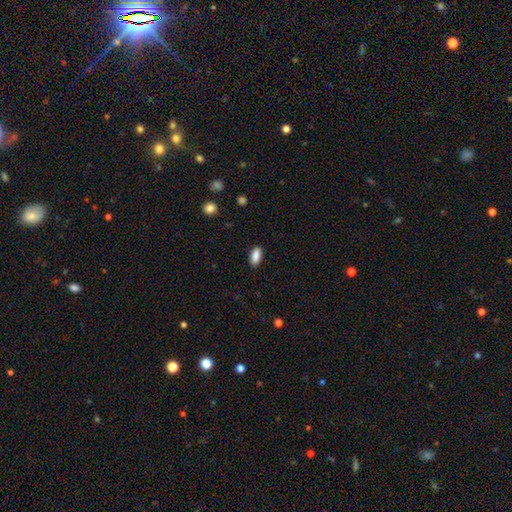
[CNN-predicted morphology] Smooth or featured? smooth (89%)
How rounded? in between (87%)
Merging? none (88%)